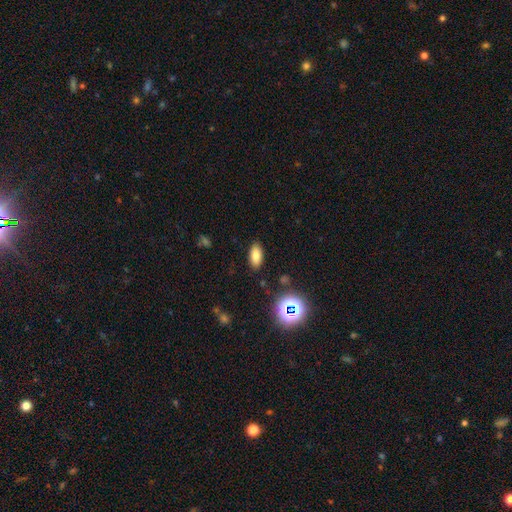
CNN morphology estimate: smooth 78%, star or artifact 14%, featured or disk 8%. Down the decision tree: how rounded — in between (89%); merging — none (87%).